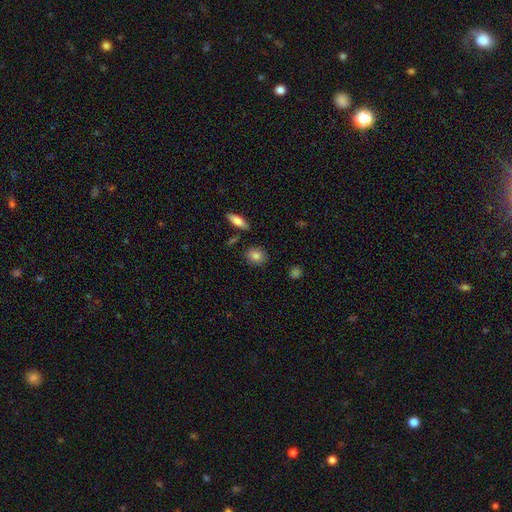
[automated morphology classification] type=smooth (84%); roundness=round (60%); merging=none (86%).